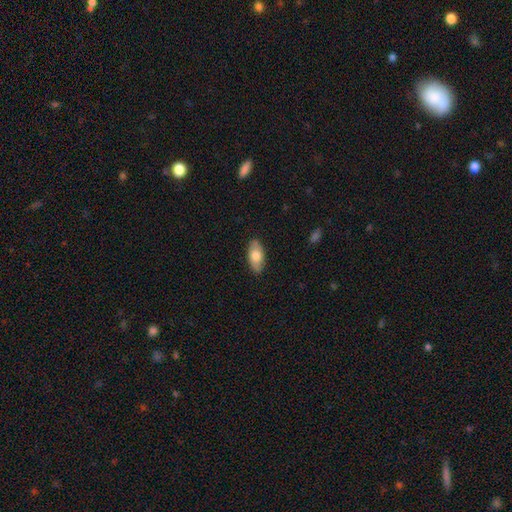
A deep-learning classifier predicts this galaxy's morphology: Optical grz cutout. It shows a smooth galaxy with no disk features (74%) that is in between round and cigar-shaped (90%). Merging: none (87%).